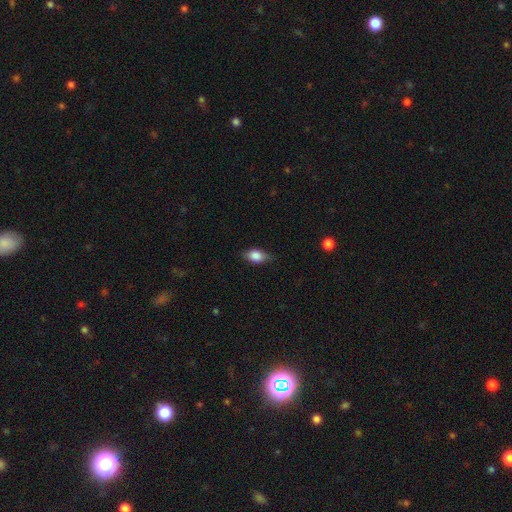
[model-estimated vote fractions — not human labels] smooth-or-featured: smooth: 83% | featured or disk: 10% | star or artifact: 7%
  how-rounded: in between: 85% | round: 10% | cigar-shaped: 5%
  merging: none: 76% | minor disturbance: 19% | major disturbance: 4% | merger: 1%